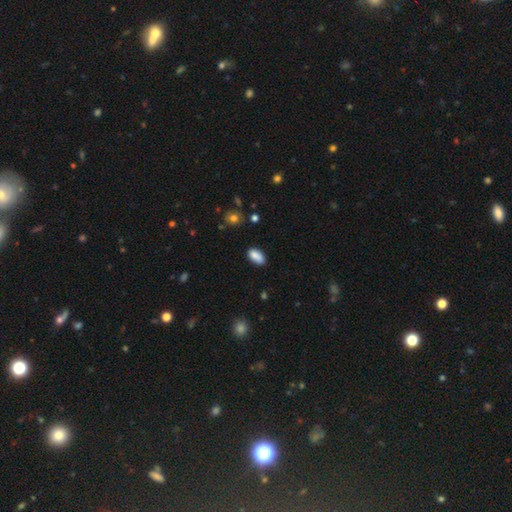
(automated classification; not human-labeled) smooth_or_featured: smooth (p=0.85) [alt: star or artifact p=0.08]
how_rounded: in between (p=0.92) [alt: round p=0.05]
merging: none (p=0.74) [alt: minor disturbance p=0.19]